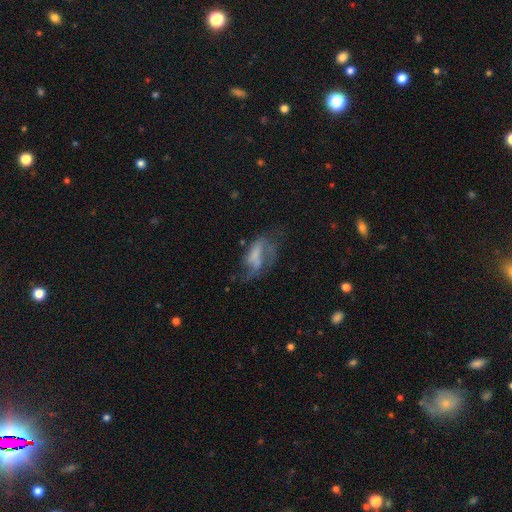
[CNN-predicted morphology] Smooth or featured?
  - featured or disk: 55% *
  - smooth: 34%
  - star or artifact: 11%
Edge-on disk?
  - no: 95% *
  - yes: 5%
Bar?
  - no: 57% *
  - weak: 29%
  - strong: 14%
Spiral arms?
  - yes: 58% *
  - no: 42%
Bulge size?
  - none: 54% *
  - small: 19%
  - moderate: 15%
  - large: 10%
  - dominant: 3%
Merging?
  - major disturbance: 45% *
  - none: 30%
  - minor disturbance: 21%
  - merger: 5%